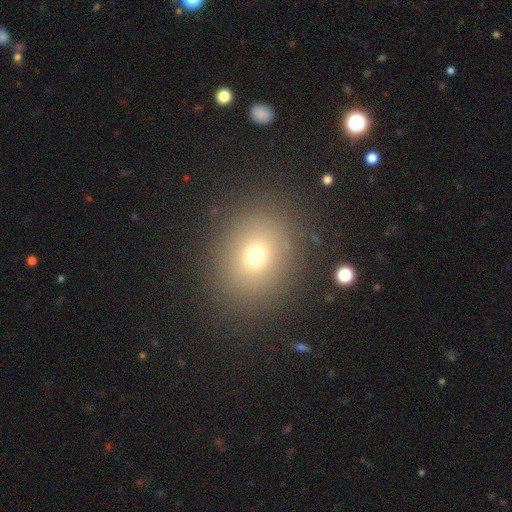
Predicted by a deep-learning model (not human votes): Q: Smooth or featured?
A: smooth (70%); runner-up: star or artifact (19%)
Q: How rounded?
A: round (62%); runner-up: in between (37%)
Q: Merging?
A: none (86%); runner-up: minor disturbance (8%)